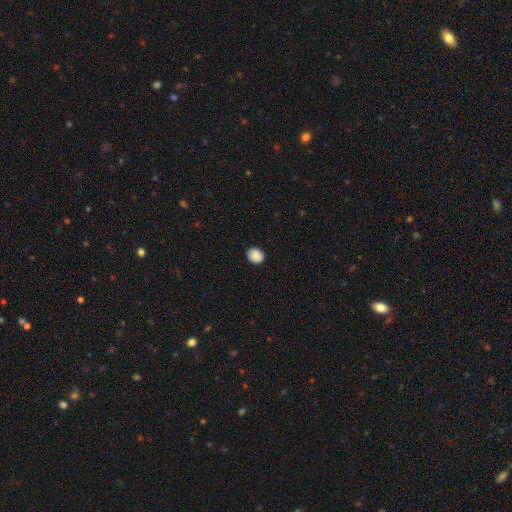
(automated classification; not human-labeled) A smooth galaxy with no disk features (89%) that is round (63%). Merging: none (89%).